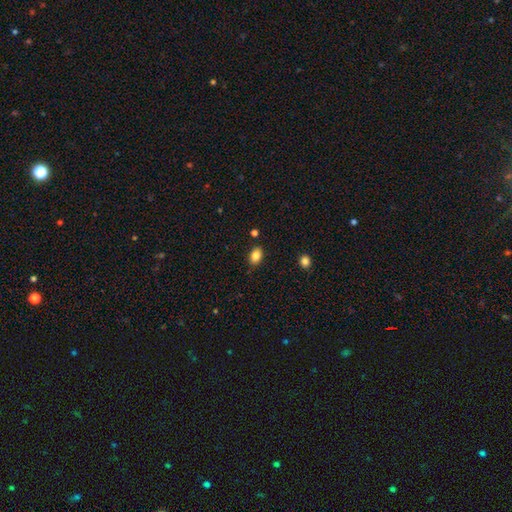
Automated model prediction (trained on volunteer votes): The model was most divided on "how rounded": in between: 81%, round: 17%, cigar-shaped: 1%. More confident: smooth or featured — smooth (85%); merging — none (84%).